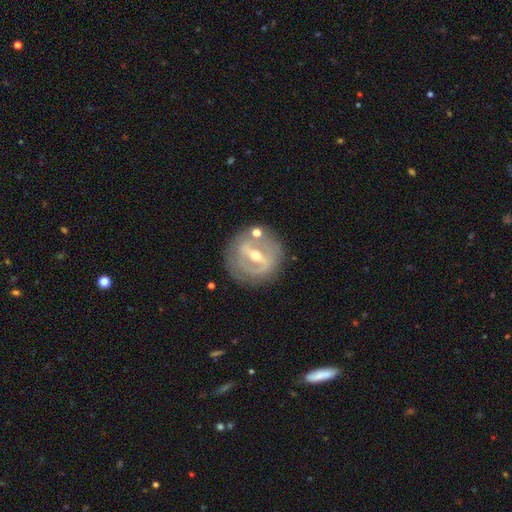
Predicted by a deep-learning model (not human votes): This appears to be a featured or disk galaxy (82%) with a strong bar (67%), spiral arms (59%) and a moderate central bulge (59%). Merging: none (80%).